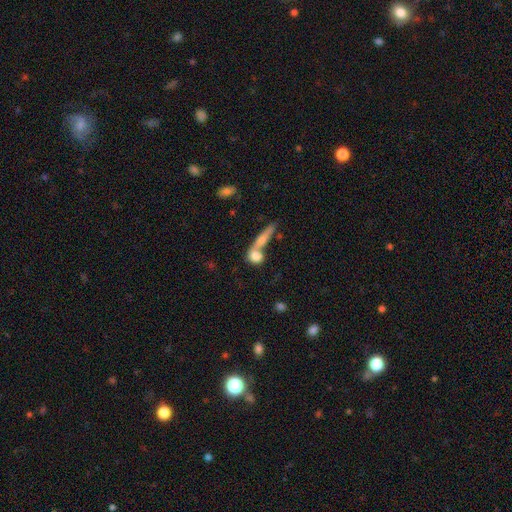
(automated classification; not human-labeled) Smooth or featured? smooth (73%)
How rounded? round (54%)
Merging? merger (47%)